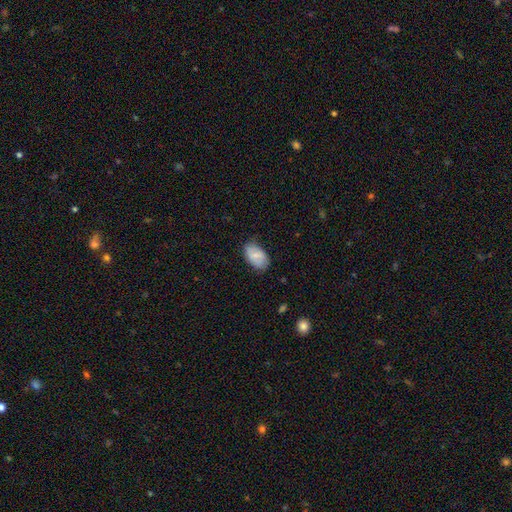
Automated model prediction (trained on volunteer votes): Overall: smooth (67%). How rounded: in between (93%). Merging: none (73%).